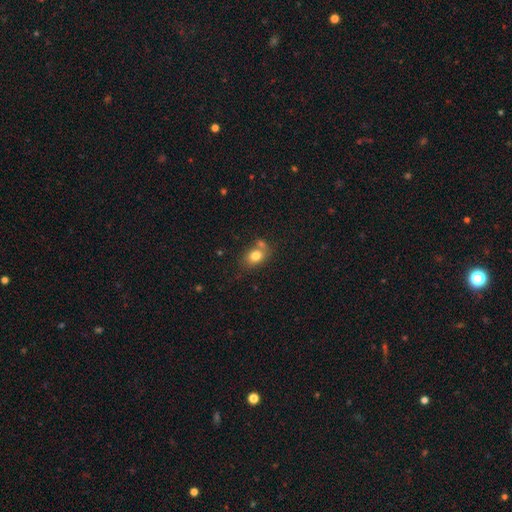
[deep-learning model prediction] Q: Smooth or featured?
A: smooth (80%); runner-up: featured or disk (10%)
Q: How rounded?
A: in between (65%); runner-up: round (34%)
Q: Merging?
A: none (56%); runner-up: merger (24%)